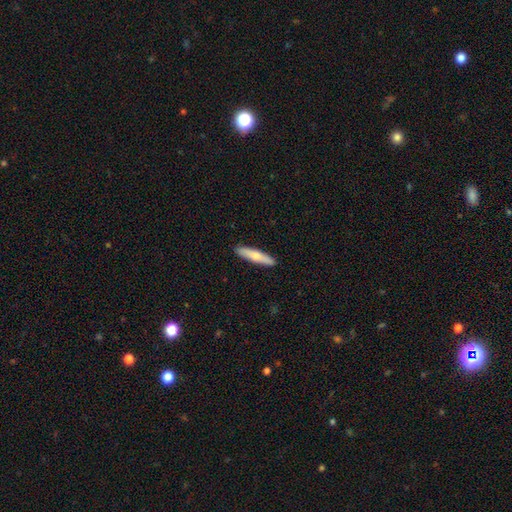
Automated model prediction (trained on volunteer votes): A smooth galaxy with no disk features (64%) that is cigar-shaped (84%). Merging: none (91%).